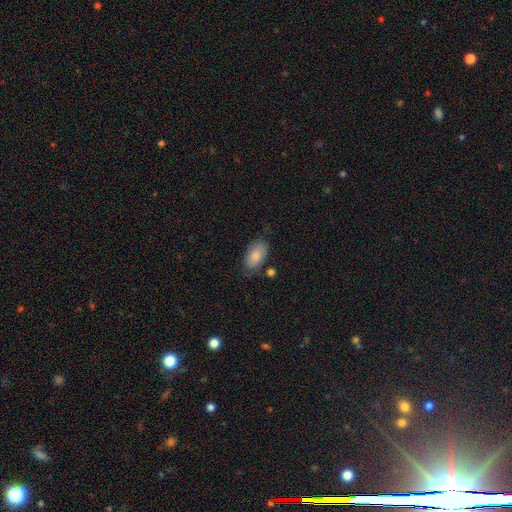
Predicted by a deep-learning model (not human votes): Smooth or featured? smooth (81%)
How rounded? in between (94%)
Merging? none (67%)